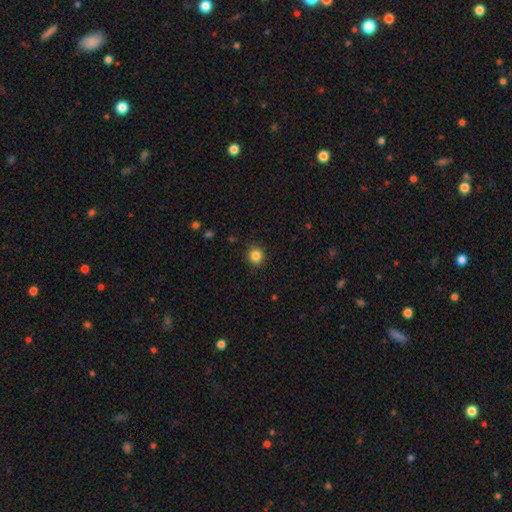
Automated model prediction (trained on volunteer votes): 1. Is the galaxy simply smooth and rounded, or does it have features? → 85% smooth, 11% star or artifact, 4% featured or disk.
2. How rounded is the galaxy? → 92% round, 7% in between, 1% cigar-shaped.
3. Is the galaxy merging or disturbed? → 90% none, 7% minor disturbance, 2% major disturbance, 1% merger.